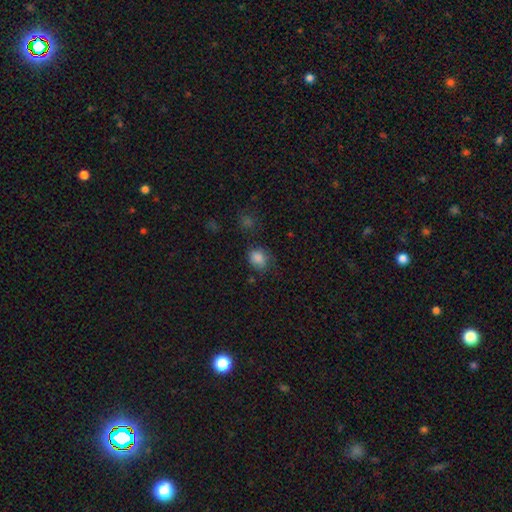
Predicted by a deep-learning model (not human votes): Smooth or featured: smooth — 78% (star or artifact — 16%)
How rounded: round — 59% (in between — 40%)
Merging: none — 65% (minor disturbance — 23%)